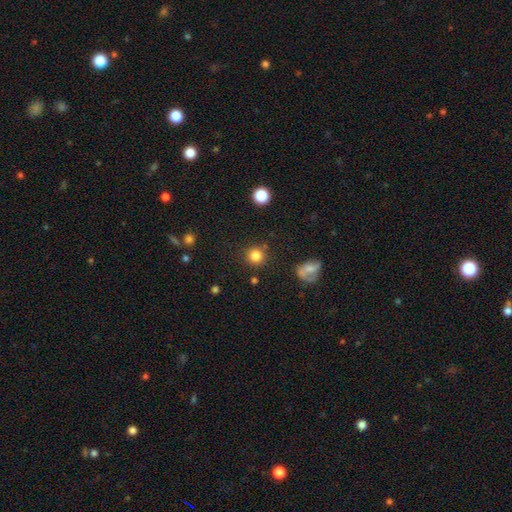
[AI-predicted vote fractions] Smooth or featured?
  - smooth: 83% *
  - star or artifact: 11%
  - featured or disk: 6%
How rounded?
  - round: 93% *
  - in between: 6%
  - cigar-shaped: 1%
Merging?
  - none: 84% *
  - minor disturbance: 8%
  - merger: 4%
  - major disturbance: 3%